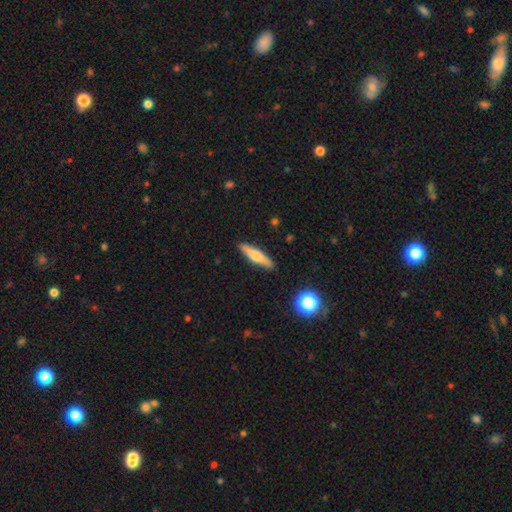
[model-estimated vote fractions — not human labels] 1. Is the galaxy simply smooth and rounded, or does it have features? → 52% smooth, 41% featured or disk, 7% star or artifact.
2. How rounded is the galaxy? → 82% cigar-shaped, 16% in between, 2% round.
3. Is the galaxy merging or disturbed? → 90% none, 7% minor disturbance, 2% major disturbance, 1% merger.